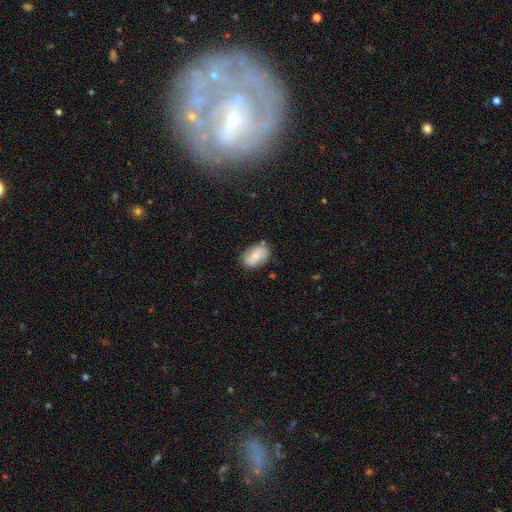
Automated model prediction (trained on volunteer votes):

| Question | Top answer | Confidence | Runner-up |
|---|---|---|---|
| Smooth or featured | smooth | 62% | featured or disk (31%) |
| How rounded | in between | 87% | round (12%) |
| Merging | none | 75% | minor disturbance (18%) |